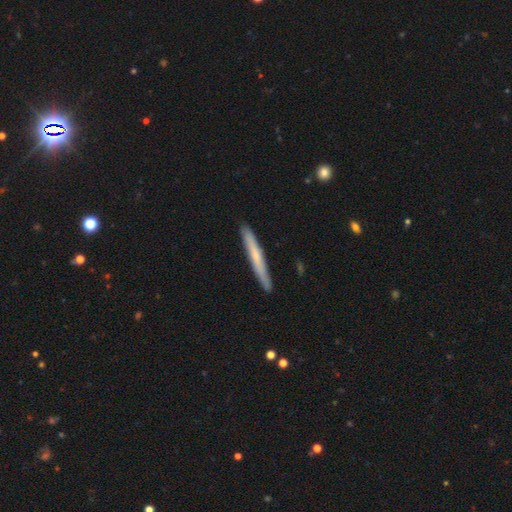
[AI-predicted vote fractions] This appears to be a smooth galaxy with no disk features (56%) that is cigar-shaped (97%). Merging: none (91%).